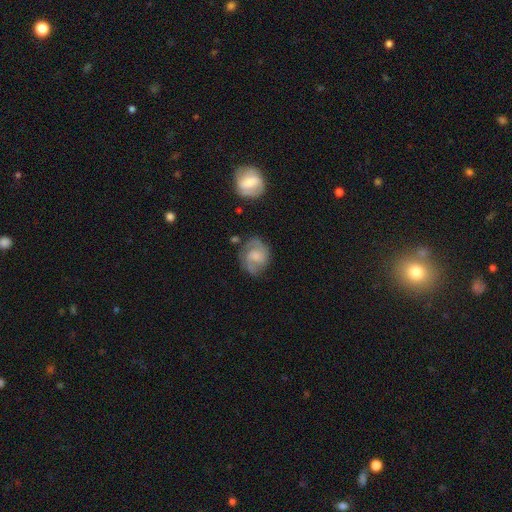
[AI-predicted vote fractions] Smooth or featured? Predicted: featured or disk (p=0.80). Edge-on disk? Predicted: no (p=0.98). Bar? Predicted: no (p=0.54). Spiral arms? Predicted: yes (p=0.96). Spiral winding? Predicted: medium (p=0.51). Spiral arm count? Predicted: 2 (p=0.82). Bulge size? Predicted: small (p=0.50). Merging? Predicted: none (p=0.71).